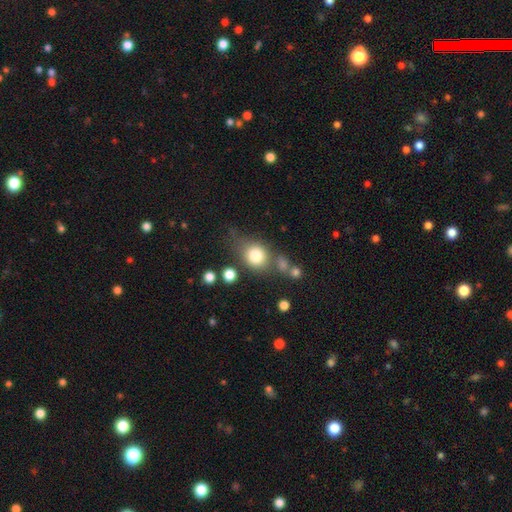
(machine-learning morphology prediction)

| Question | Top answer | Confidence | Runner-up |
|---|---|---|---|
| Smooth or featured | smooth | 78% | featured or disk (11%) |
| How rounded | round | 68% | in between (31%) |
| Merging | none | 56% | minor disturbance (20%) |